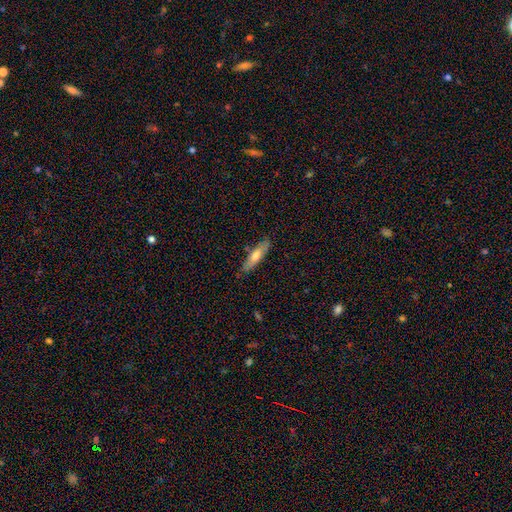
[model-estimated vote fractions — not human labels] Smooth or featured?
  - smooth: 60% *
  - featured or disk: 34%
  - star or artifact: 6%
How rounded?
  - cigar-shaped: 69% *
  - in between: 29%
  - round: 2%
Merging?
  - none: 83% *
  - minor disturbance: 13%
  - major disturbance: 2%
  - merger: 2%